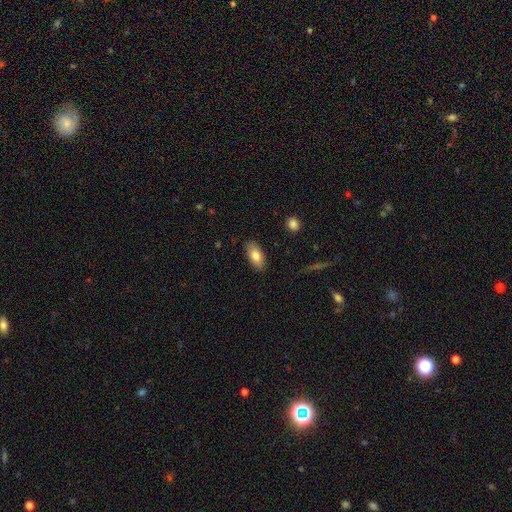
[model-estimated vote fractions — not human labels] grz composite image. It shows a smooth galaxy with no disk features (79%) that is in between round and cigar-shaped (92%). Merging: none (87%).